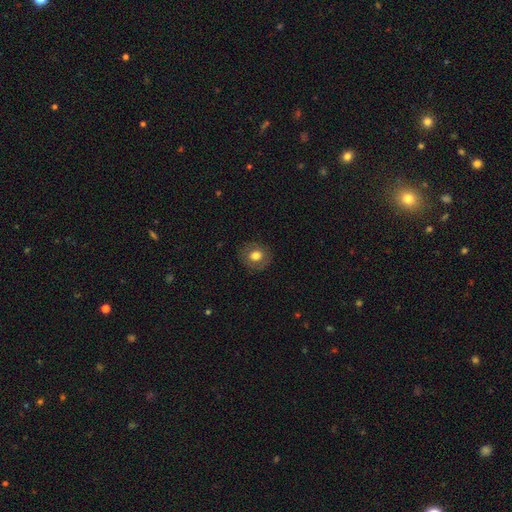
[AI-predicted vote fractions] This appears to be a smooth galaxy with no disk features (68%) that is round (78%). Merging: none (85%).